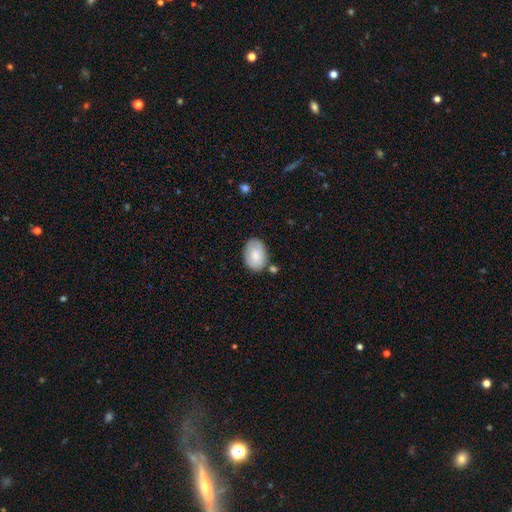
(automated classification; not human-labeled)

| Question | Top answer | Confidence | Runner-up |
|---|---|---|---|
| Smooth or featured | smooth | 76% | featured or disk (17%) |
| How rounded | in between | 86% | round (13%) |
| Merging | none | 69% | minor disturbance (20%) |